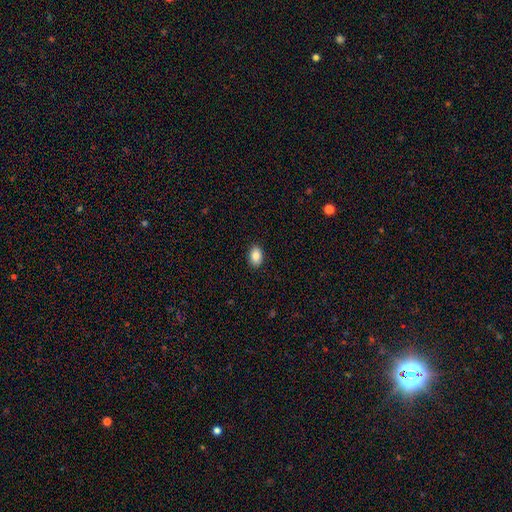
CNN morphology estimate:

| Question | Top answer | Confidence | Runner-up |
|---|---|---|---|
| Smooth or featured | smooth | 86% | star or artifact (8%) |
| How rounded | in between | 82% | round (16%) |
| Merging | none | 90% | minor disturbance (8%) |